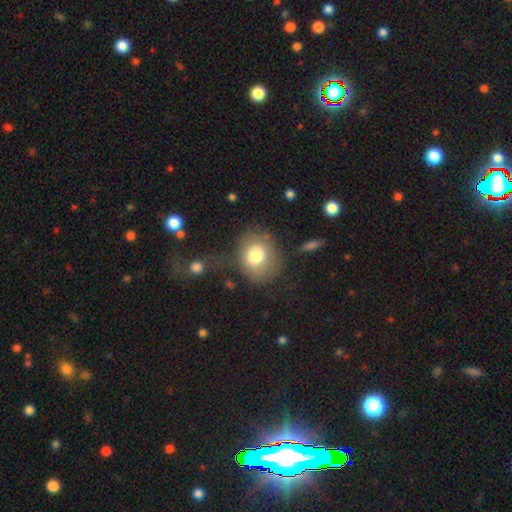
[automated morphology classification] smooth-or-featured: smooth: 75% | featured or disk: 16% | star or artifact: 9%
  how-rounded: round: 69% | in between: 30% | cigar-shaped: 1%
  merging: none: 57% | minor disturbance: 21% | major disturbance: 16% | merger: 6%